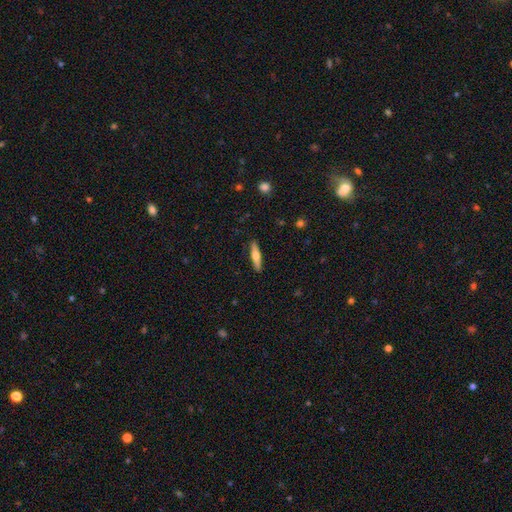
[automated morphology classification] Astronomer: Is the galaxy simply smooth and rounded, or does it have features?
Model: smooth — 51% (runner-up: featured or disk, 43%).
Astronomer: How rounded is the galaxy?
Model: cigar-shaped — 83%.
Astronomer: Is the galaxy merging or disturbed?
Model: none — 90%.